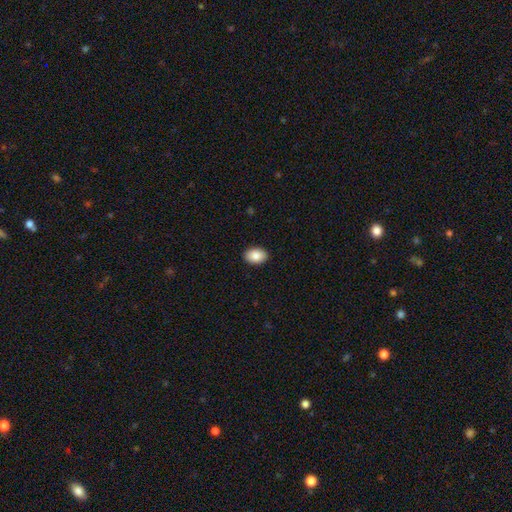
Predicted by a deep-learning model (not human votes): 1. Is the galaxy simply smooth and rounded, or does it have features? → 87% smooth, 7% star or artifact, 6% featured or disk.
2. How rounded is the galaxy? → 84% in between, 15% round, 1% cigar-shaped.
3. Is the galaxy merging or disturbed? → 91% none, 6% minor disturbance, 2% major disturbance, 1% merger.